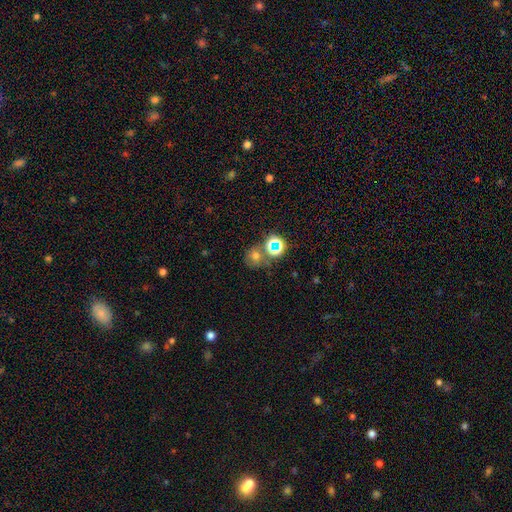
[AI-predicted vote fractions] This appears to be a smooth galaxy with no disk features (57%) that is round (76%). Merging: none (52%).